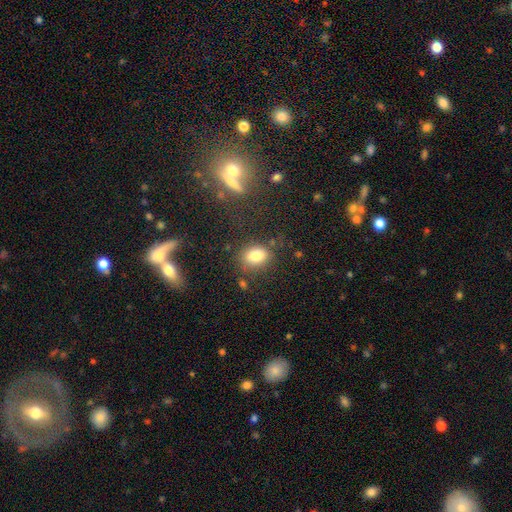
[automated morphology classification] A smooth galaxy with no disk features (82%) that is in between round and cigar-shaped (70%).

Vote fractions:
- Smooth or featured? smooth: 82% / star or artifact: 10% / featured or disk: 7%
- How rounded? in between: 70% / round: 28% / cigar-shaped: 2%
- Merging? none: 73% / minor disturbance: 17% / major disturbance: 6% / merger: 5%